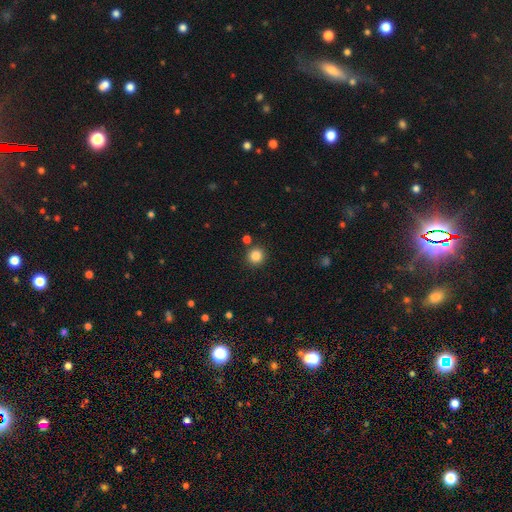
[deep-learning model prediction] A smooth galaxy with no disk features (85%) that is round (94%). Merging: none (88%).